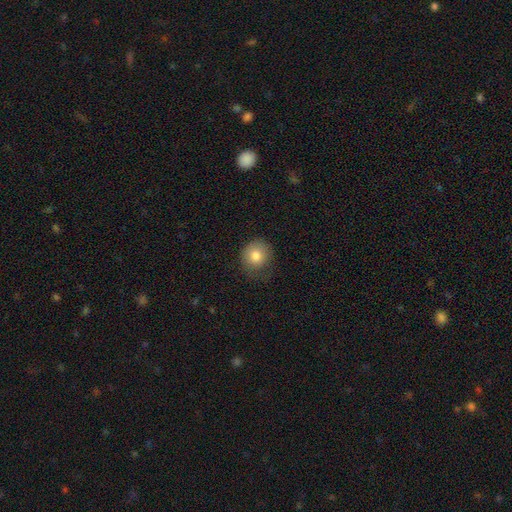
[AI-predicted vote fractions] smooth-or-featured: smooth: 81% | star or artifact: 10% | featured or disk: 9%
  how-rounded: round: 84% | in between: 15% | cigar-shaped: 1%
  merging: none: 63% | minor disturbance: 25% | major disturbance: 10% | merger: 1%